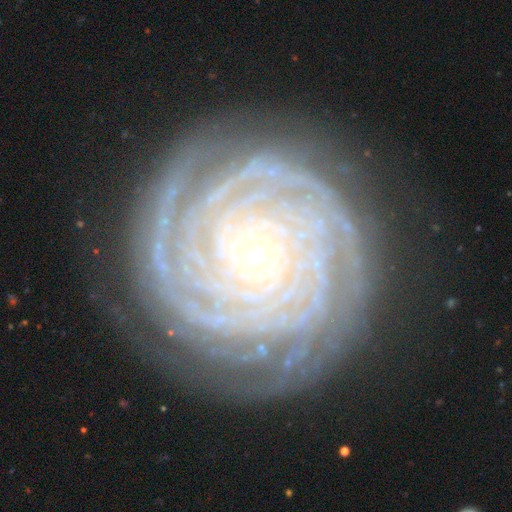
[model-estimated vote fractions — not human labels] Q: Smooth or featured?
A: featured or disk (89%); runner-up: star or artifact (6%)
Q: Edge-on disk?
A: no (97%); runner-up: yes (3%)
Q: Bar?
A: no (79%); runner-up: weak (12%)
Q: Spiral arms?
A: yes (98%); runner-up: no (2%)
Q: Spiral winding?
A: tight (90%); runner-up: medium (9%)
Q: Spiral arm count?
A: more than 4 (34%); runner-up: 4 (22%)
Q: Bulge size?
A: small (87%); runner-up: moderate (9%)
Q: Merging?
A: none (82%); runner-up: minor disturbance (13%)